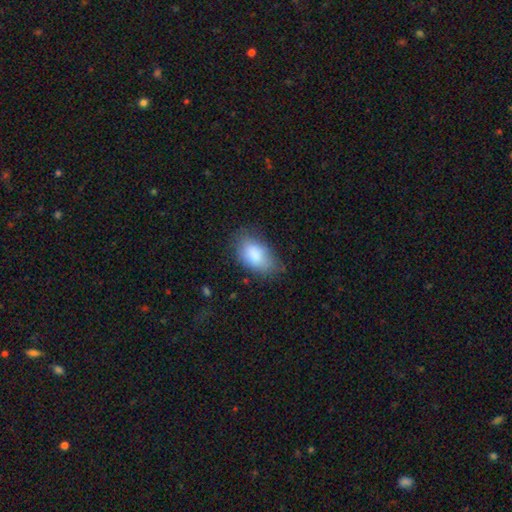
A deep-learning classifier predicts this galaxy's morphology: A smooth galaxy with no disk features (84%) that is in between round and cigar-shaped (92%). Merging: none (67%).